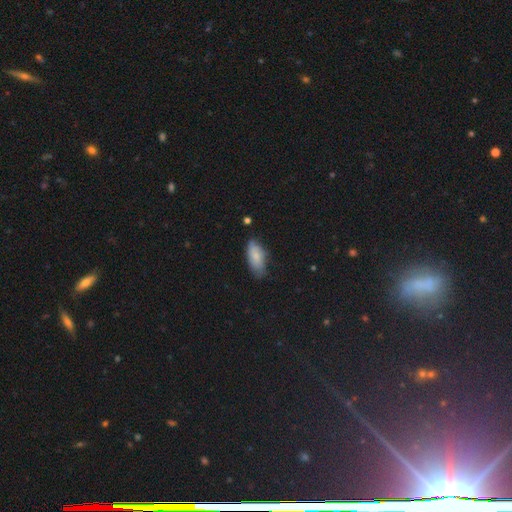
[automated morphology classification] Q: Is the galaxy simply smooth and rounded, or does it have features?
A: smooth — 77%.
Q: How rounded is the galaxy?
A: in between — 88%.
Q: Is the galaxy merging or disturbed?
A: none — 61%.